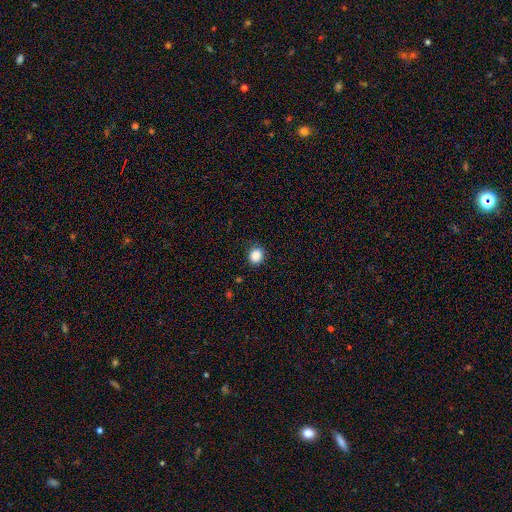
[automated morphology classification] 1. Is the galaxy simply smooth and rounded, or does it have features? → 87% smooth, 10% star or artifact, 4% featured or disk.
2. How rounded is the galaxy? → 80% round, 19% in between, 1% cigar-shaped.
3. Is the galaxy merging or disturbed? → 87% none, 9% minor disturbance, 3% major disturbance, 1% merger.